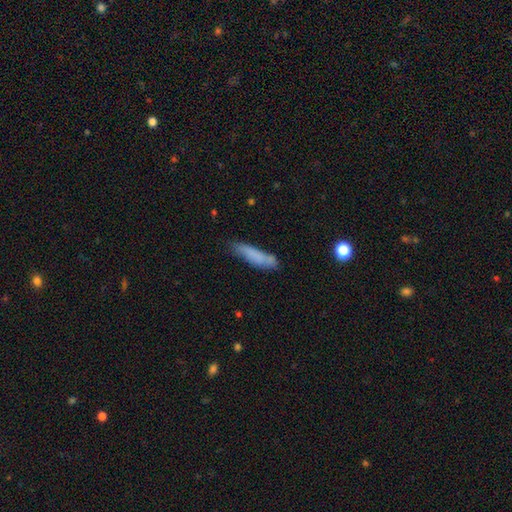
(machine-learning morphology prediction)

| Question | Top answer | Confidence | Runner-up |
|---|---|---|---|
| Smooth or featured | smooth | 74% | featured or disk (18%) |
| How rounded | cigar-shaped | 78% | in between (21%) |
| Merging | none | 64% | minor disturbance (24%) |